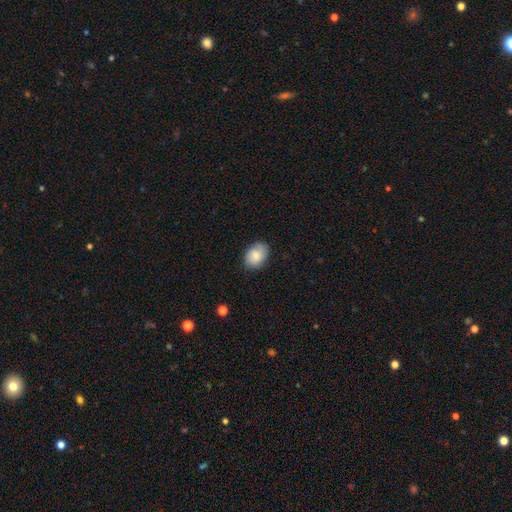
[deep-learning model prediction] smooth 76%, featured or disk 17%, star or artifact 7%. Down the decision tree: how rounded — in between (72%); merging — none (78%).